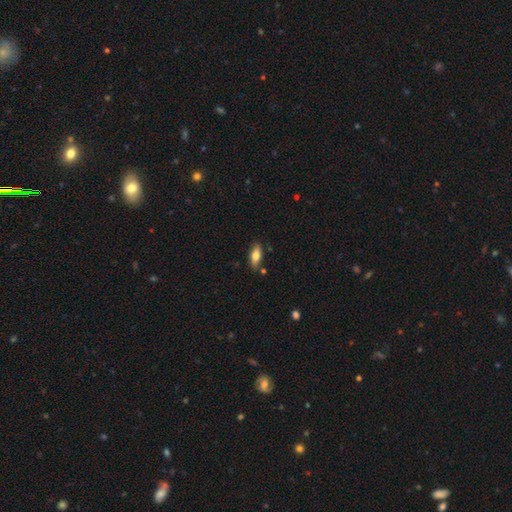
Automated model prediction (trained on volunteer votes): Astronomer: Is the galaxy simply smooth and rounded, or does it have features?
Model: smooth — 74%.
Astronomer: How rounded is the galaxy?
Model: in between — 77%.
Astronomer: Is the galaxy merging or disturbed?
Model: none — 82%.